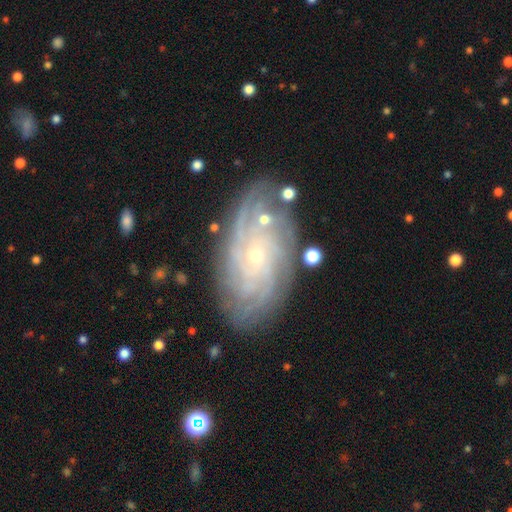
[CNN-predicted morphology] The model was most divided on "spiral arm count": can't tell: 27%, 4: 26%, more than 4: 23%, 3: 10%, 2: 8%, 1: 6%. More confident: spiral arms — yes (97%); edge-on disk — no (96%); smooth or featured — featured or disk (86%); merging — none (80%); bar — no (77%); bulge size — small (77%); spiral winding — tight (75%).